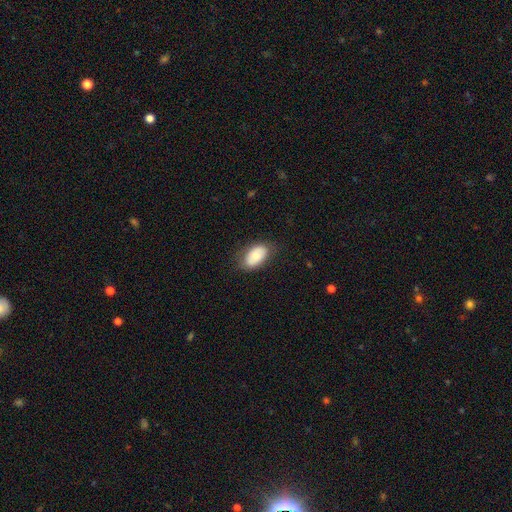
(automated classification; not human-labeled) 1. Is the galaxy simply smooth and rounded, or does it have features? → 70% smooth, 23% featured or disk, 7% star or artifact.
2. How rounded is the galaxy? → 92% in between, 6% round, 2% cigar-shaped.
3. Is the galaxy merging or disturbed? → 79% none, 16% minor disturbance, 4% major disturbance, 1% merger.